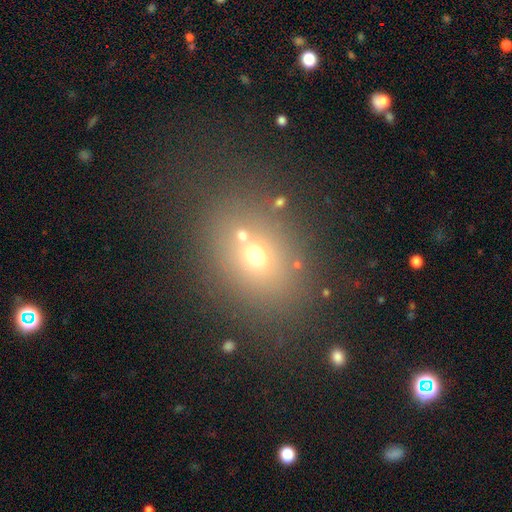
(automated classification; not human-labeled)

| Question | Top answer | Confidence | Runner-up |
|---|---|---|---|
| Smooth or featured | smooth | 61% | star or artifact (23%) |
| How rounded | round | 50% | in between (49%) |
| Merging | none | 65% | merger (18%) |